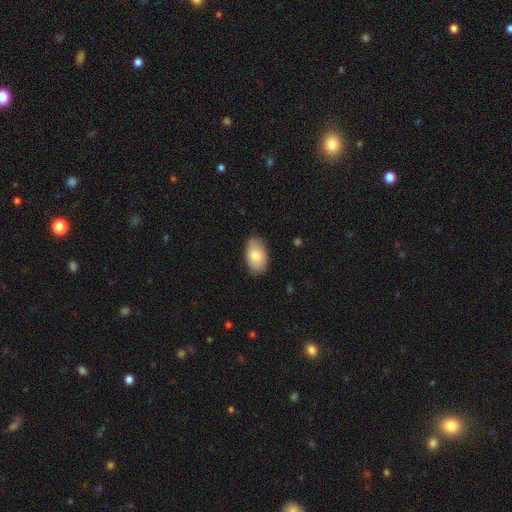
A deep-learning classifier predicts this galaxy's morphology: Smooth or featured? Predicted: smooth (p=0.82). How rounded? Predicted: in between (p=0.92). Merging? Predicted: none (p=0.82).